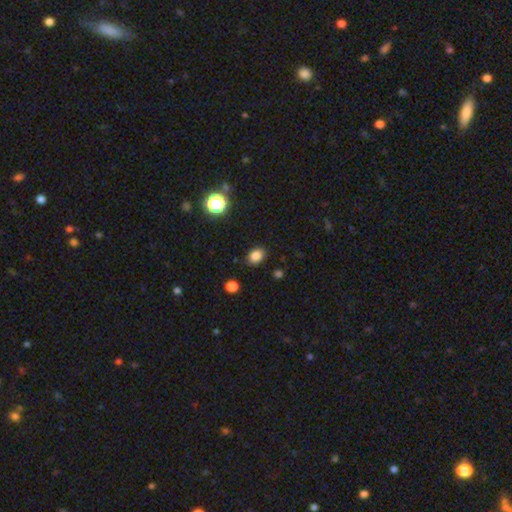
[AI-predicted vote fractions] A smooth galaxy with no disk features (83%) that is in between round and cigar-shaped (64%).

Vote fractions:
- Smooth or featured? smooth: 83% / star or artifact: 12% / featured or disk: 4%
- How rounded? in between: 64% / round: 35% / cigar-shaped: 1%
- Merging? none: 86% / minor disturbance: 10% / major disturbance: 2% / merger: 2%